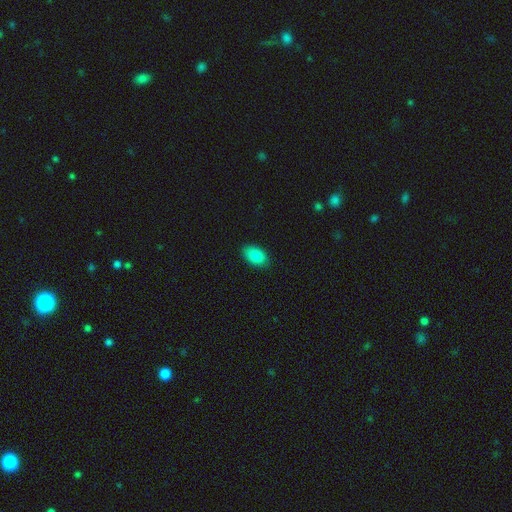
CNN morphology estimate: A smooth galaxy with no disk features (87%) that is in between round and cigar-shaped (91%).

Vote fractions:
- Smooth or featured? smooth: 87% / star or artifact: 7% / featured or disk: 6%
- How rounded? in between: 91% / round: 8% / cigar-shaped: 1%
- Merging? none: 87% / minor disturbance: 10% / major disturbance: 2% / merger: 1%